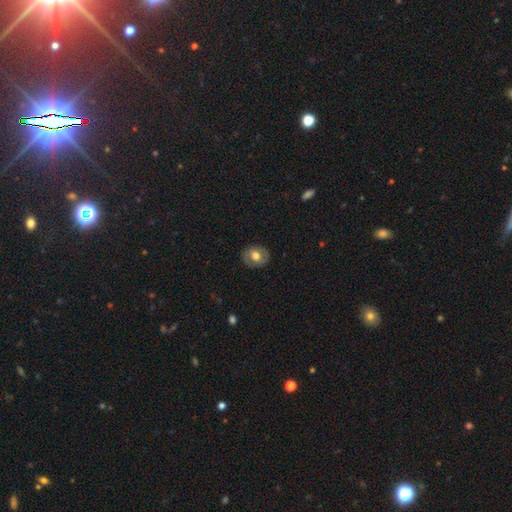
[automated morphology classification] This appears to be a smooth galaxy with no disk features (54%) that is round (54%). Merging: none (84%).